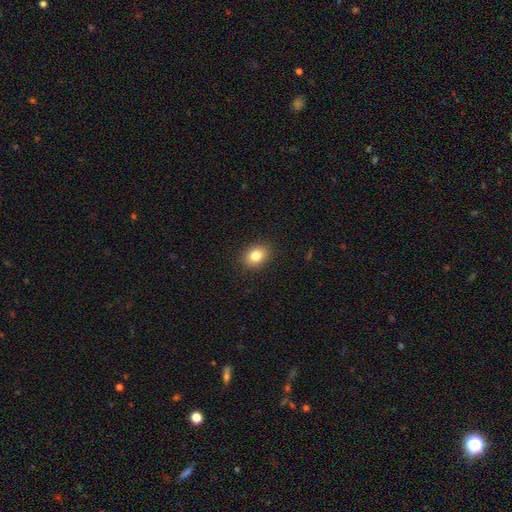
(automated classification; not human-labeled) smooth 82%, star or artifact 10%, featured or disk 8%. Down the decision tree: how rounded — in between (55%); merging — none (89%).